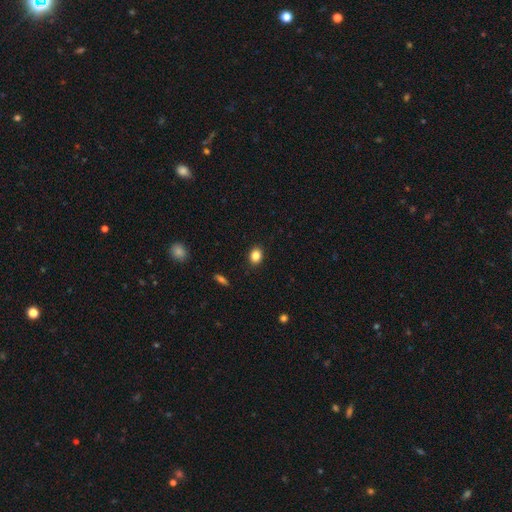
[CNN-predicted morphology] Smooth or featured?
  - smooth: 85% *
  - star or artifact: 10%
  - featured or disk: 5%
How rounded?
  - in between: 49% * (tied)
  - round: 49% * (tied)
  - cigar-shaped: 1%
Merging?
  - none: 90% *
  - minor disturbance: 7%
  - major disturbance: 2%
  - merger: 1%